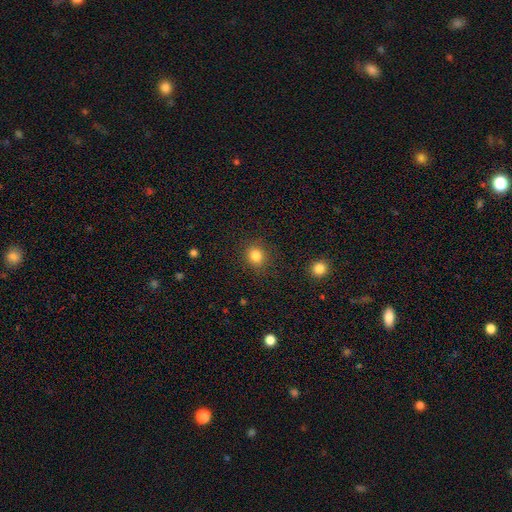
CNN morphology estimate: Q: Smooth or featured?
A: smooth (83%); runner-up: star or artifact (12%)
Q: How rounded?
A: round (76%); runner-up: in between (23%)
Q: Merging?
A: none (87%); runner-up: minor disturbance (9%)